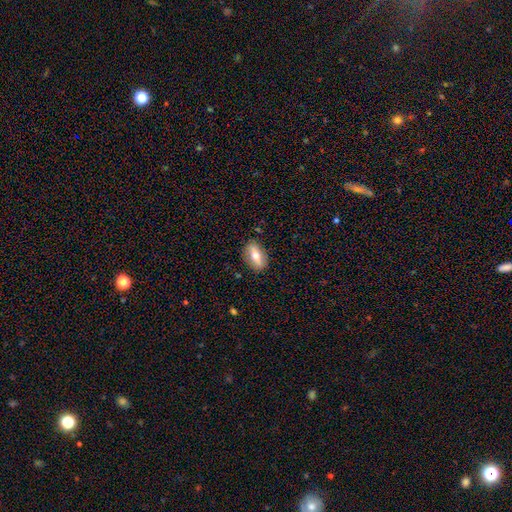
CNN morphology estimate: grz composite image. It shows a smooth galaxy with no disk features (60%) that is in between round and cigar-shaped (82%). Merging: none (85%).